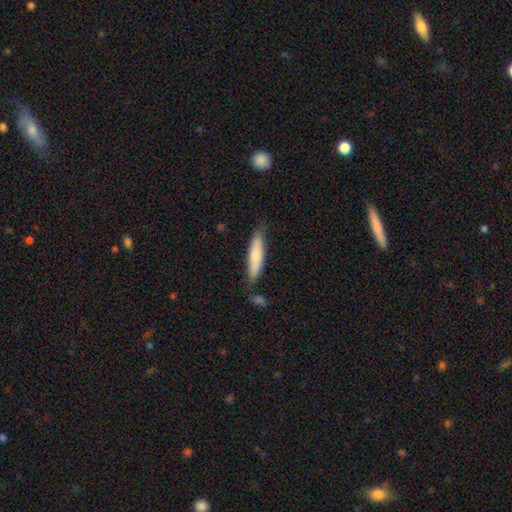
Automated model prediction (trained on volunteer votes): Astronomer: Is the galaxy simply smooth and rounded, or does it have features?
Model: smooth — 73%.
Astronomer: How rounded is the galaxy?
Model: cigar-shaped — 81%.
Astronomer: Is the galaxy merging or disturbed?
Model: none — 74%.